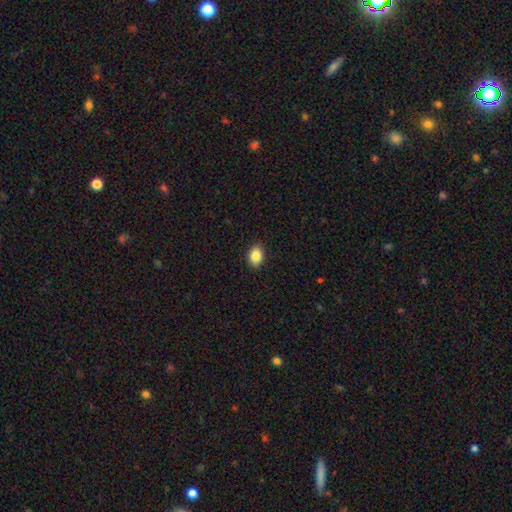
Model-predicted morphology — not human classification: The model was most divided on "how rounded": in between: 80%, round: 19%, cigar-shaped: 1%. More confident: merging — none (89%); smooth or featured — smooth (87%).